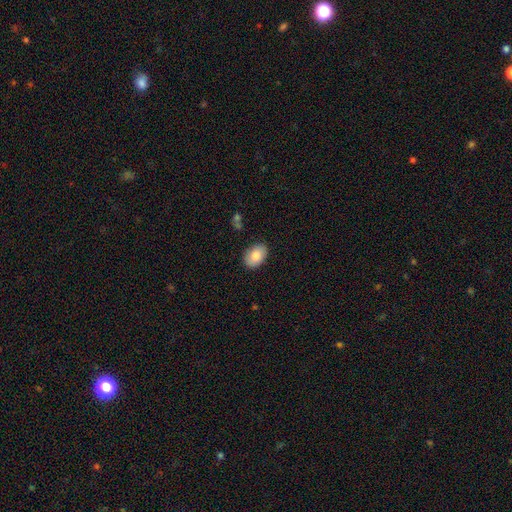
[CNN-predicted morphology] Smooth or featured: smooth — 83% (featured or disk — 10%)
How rounded: in between — 85% (round — 14%)
Merging: none — 86% (minor disturbance — 11%)